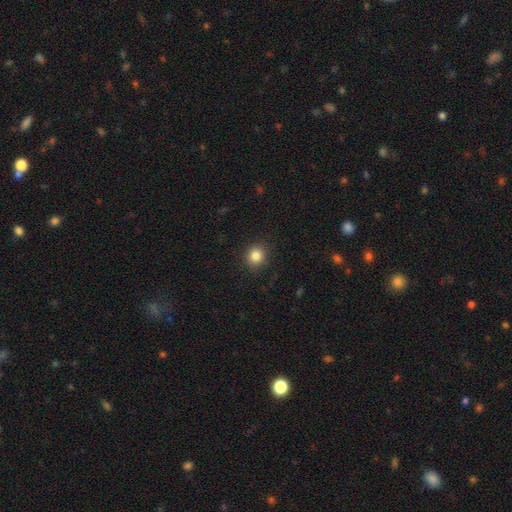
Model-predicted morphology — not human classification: This is clearly a smooth galaxy (84%). How rounded: clearly round (84%). Merging: clearly none (90%).